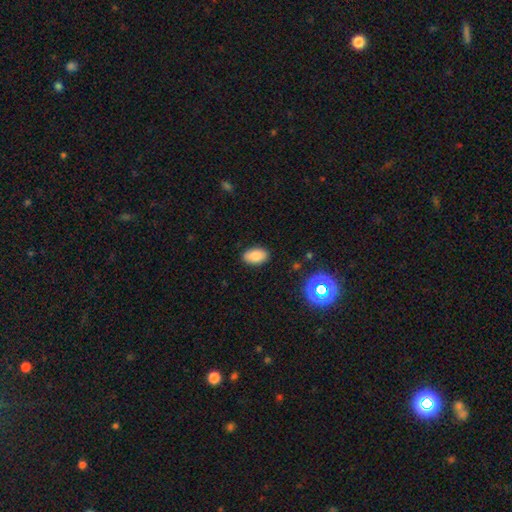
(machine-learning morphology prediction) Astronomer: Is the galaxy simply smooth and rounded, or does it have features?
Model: smooth — 82%.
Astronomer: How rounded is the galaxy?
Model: in between — 92%.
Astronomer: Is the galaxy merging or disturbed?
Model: none — 88%.